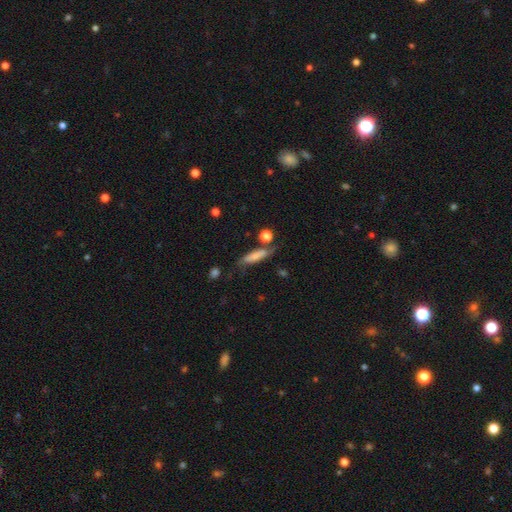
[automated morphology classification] Smooth or featured: smooth — 67% (featured or disk — 25%)
How rounded: cigar-shaped — 62% (in between — 34%)
Merging: none — 57% (minor disturbance — 24%)